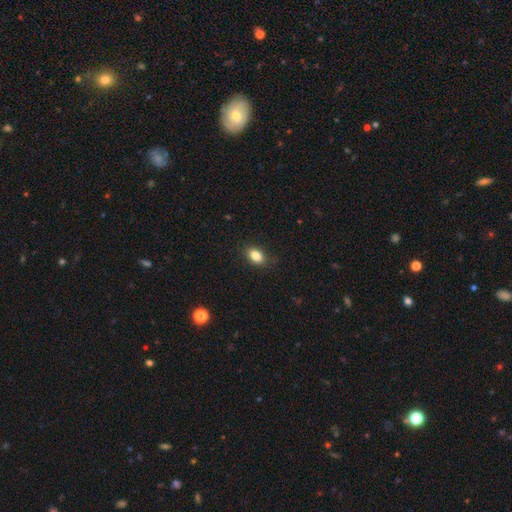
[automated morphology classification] Smooth or featured: smooth — 84% (star or artifact — 9%)
How rounded: in between — 85% (round — 13%)
Merging: none — 87% (minor disturbance — 10%)